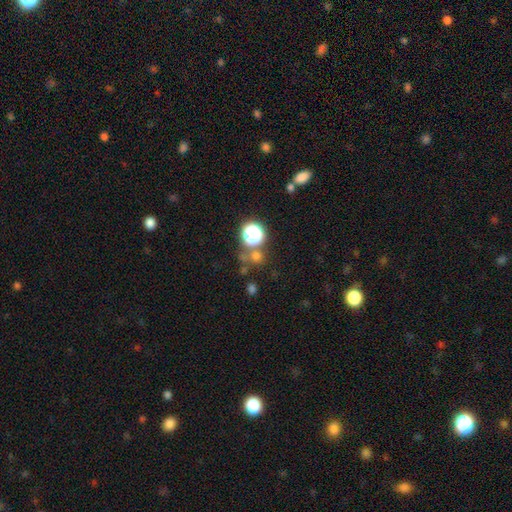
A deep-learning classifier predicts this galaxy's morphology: Overall: smooth (63%; star or artifact 29%). How rounded: round (88%). Merging: none (64%).